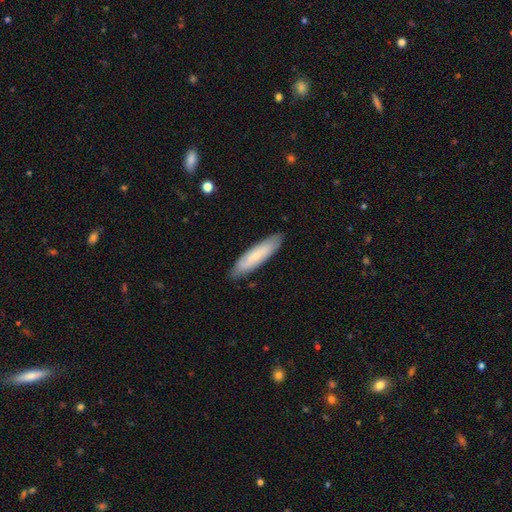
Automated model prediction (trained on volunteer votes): Smooth or featured? Predicted: smooth (p=0.70). How rounded? Predicted: cigar-shaped (p=0.75). Merging? Predicted: none (p=0.87).